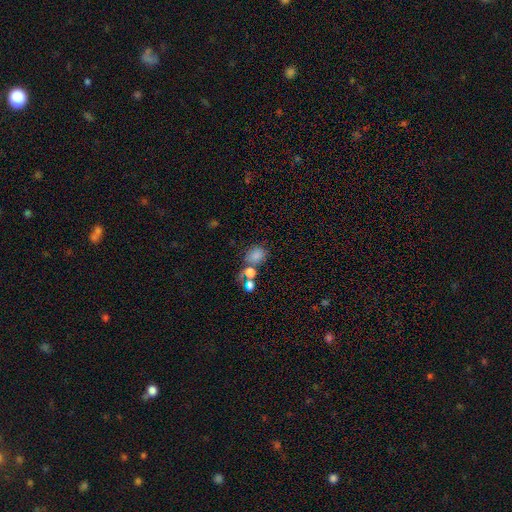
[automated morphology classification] smooth_or_featured: smooth (p=0.75) [alt: star or artifact p=0.15]
how_rounded: round (p=0.54) [alt: in between p=0.45]
merging: none (p=0.47) [alt: merger p=0.30]